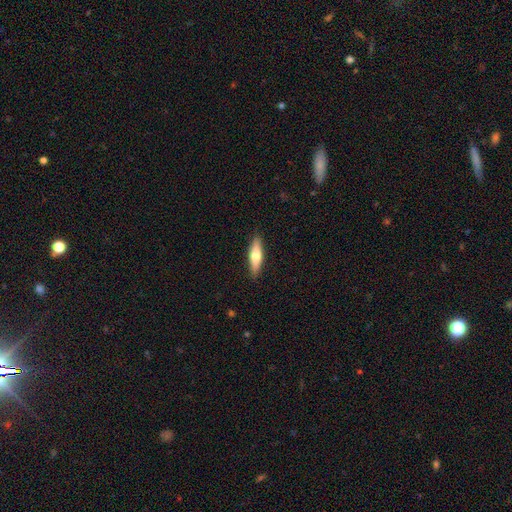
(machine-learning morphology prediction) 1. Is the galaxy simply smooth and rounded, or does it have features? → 56% smooth, 39% featured or disk, 5% star or artifact.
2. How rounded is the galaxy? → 64% cigar-shaped, 34% in between, 2% round.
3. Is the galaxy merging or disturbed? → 89% none, 8% minor disturbance, 2% major disturbance, 1% merger.